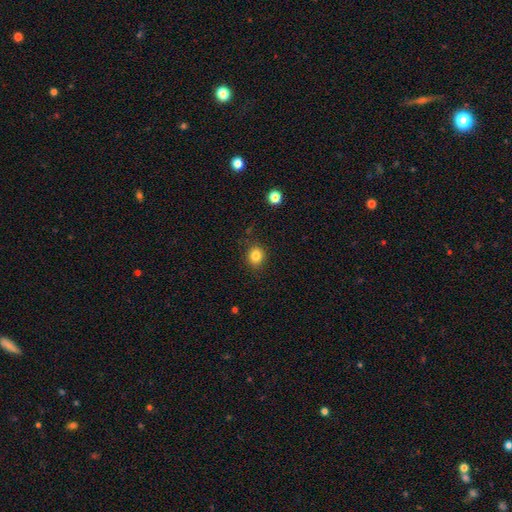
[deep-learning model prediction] Smooth or featured: smooth — 83% (star or artifact — 11%)
How rounded: round — 70% (in between — 29%)
Merging: none — 87% (minor disturbance — 9%)